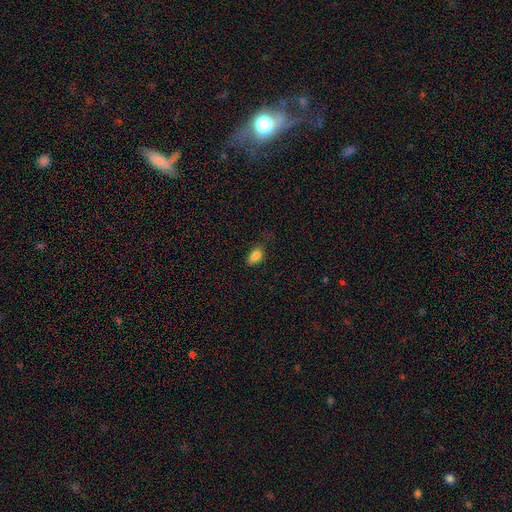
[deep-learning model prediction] Overall: smooth (83%). How rounded: in between (88%). Merging: none (53%; minor disturbance 31%).